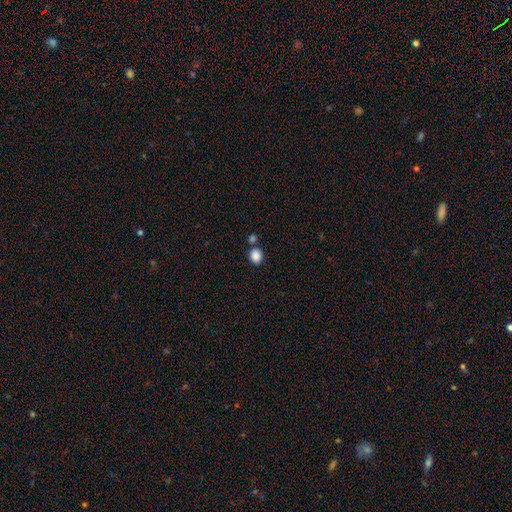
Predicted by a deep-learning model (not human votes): Q: Smooth or featured?
A: smooth (87%); runner-up: star or artifact (10%)
Q: How rounded?
A: round (66%); runner-up: in between (33%)
Q: Merging?
A: none (72%); runner-up: merger (15%)